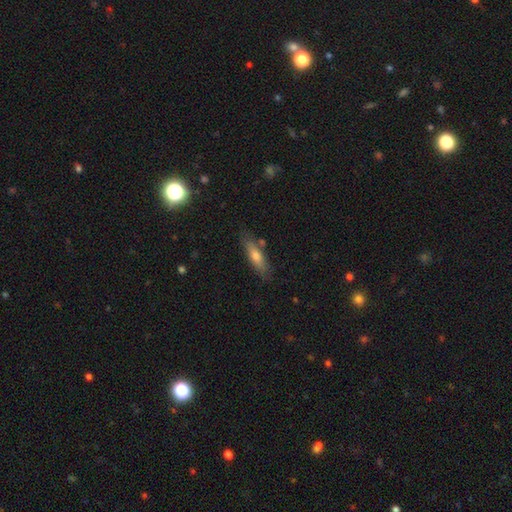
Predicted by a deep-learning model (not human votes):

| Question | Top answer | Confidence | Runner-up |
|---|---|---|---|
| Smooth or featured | smooth | 62% | featured or disk (30%) |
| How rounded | cigar-shaped | 63% | in between (35%) |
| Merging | none | 80% | minor disturbance (14%) |